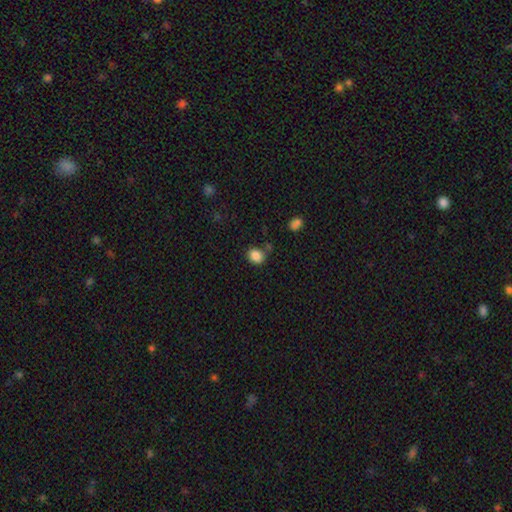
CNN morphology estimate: Smooth or featured: smooth — 86% (star or artifact — 10%)
How rounded: round — 57% (in between — 42%)
Merging: none — 72% (minor disturbance — 15%)